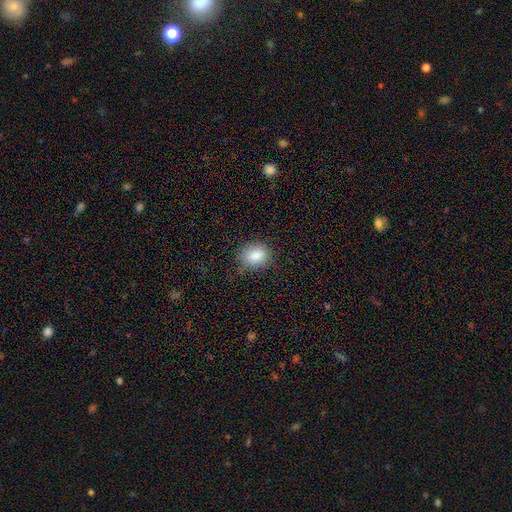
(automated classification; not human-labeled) Morphology: type=smooth (85%); roundness=in between (56%); merging=none (67%).